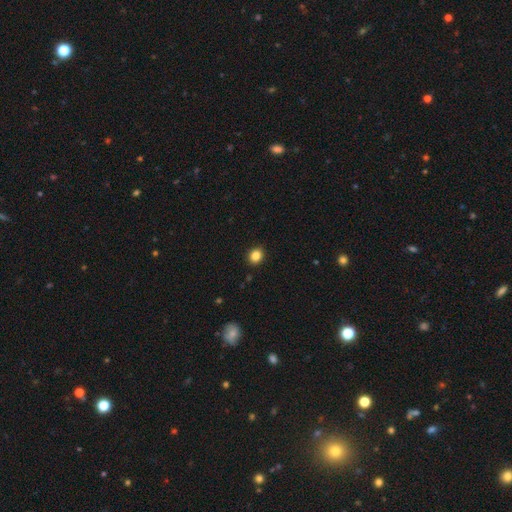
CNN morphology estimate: A smooth galaxy with no disk features (86%) that is round (73%).

Vote fractions:
- Smooth or featured? smooth: 86% / star or artifact: 11% / featured or disk: 4%
- How rounded? round: 73% / in between: 26% / cigar-shaped: 1%
- Merging? none: 91% / minor disturbance: 6% / major disturbance: 2% / merger: 1%